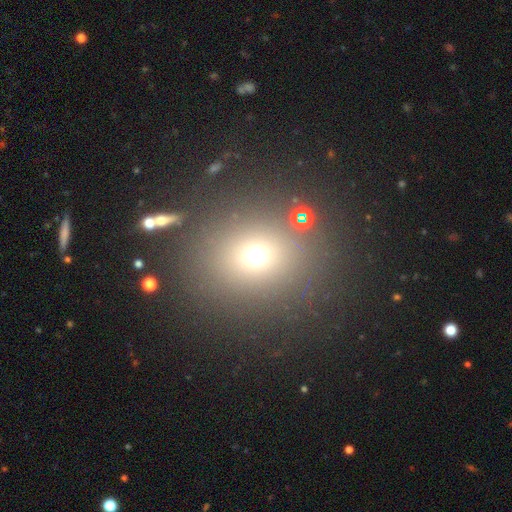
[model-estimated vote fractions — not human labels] smooth-or-featured: smooth: 65% | star or artifact: 26% | featured or disk: 9%
  how-rounded: round: 83% | in between: 16% | cigar-shaped: 1%
  merging: none: 82% | minor disturbance: 7% | merger: 6% | major disturbance: 5%